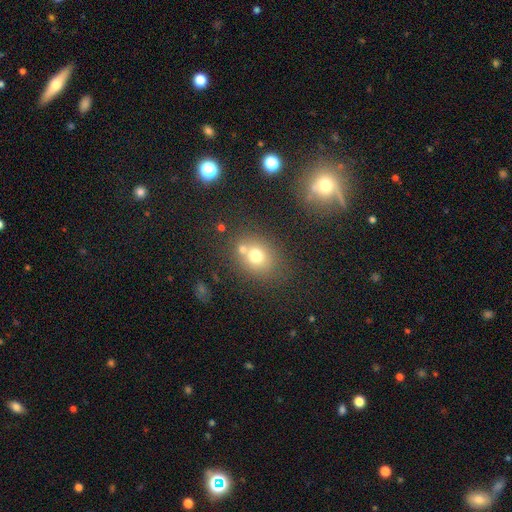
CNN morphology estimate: A smooth galaxy with no disk features (71%) that is round (62%). Merging: none (58%).